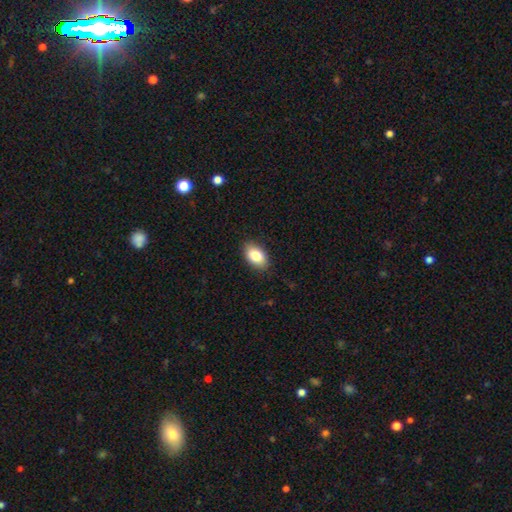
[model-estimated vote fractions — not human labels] A smooth galaxy with no disk features (83%) that is in between round and cigar-shaped (91%). Merging: none (87%).